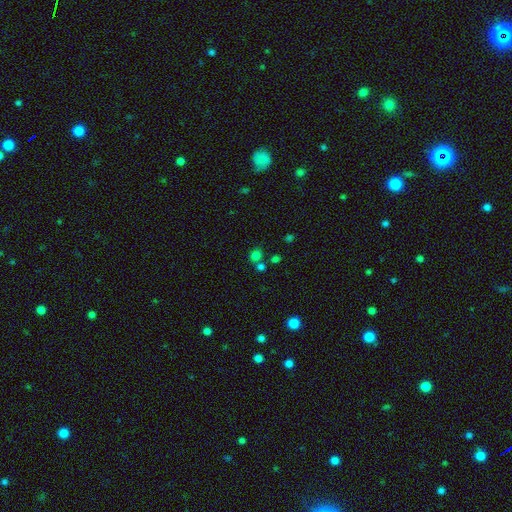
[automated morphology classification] Overall: smooth (70%). How rounded: round (79%). Merging: none (64%).